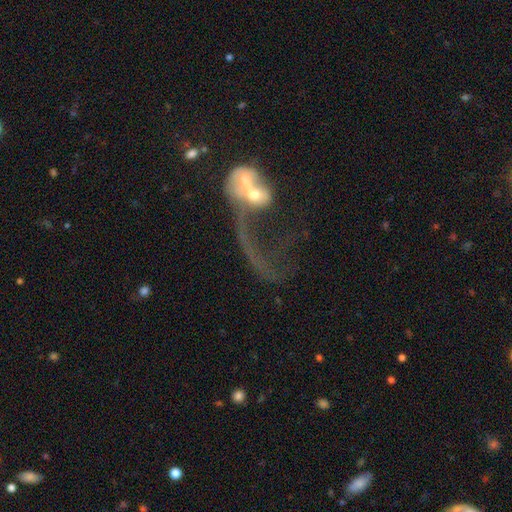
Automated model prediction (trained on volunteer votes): featured or disk 61%, smooth 25%, star or artifact 14%. Down the decision tree: edge-on disk — no (91%); bar — no (71%); spiral arms — yes (51%); bulge size — moderate (39%); merging — merger (48%).